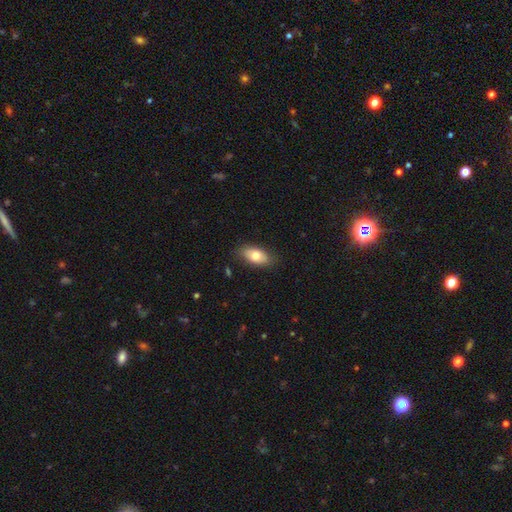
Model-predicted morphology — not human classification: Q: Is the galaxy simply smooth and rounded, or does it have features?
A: smooth — 75%.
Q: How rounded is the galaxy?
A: in between — 91%.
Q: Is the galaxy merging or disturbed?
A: none — 82%.